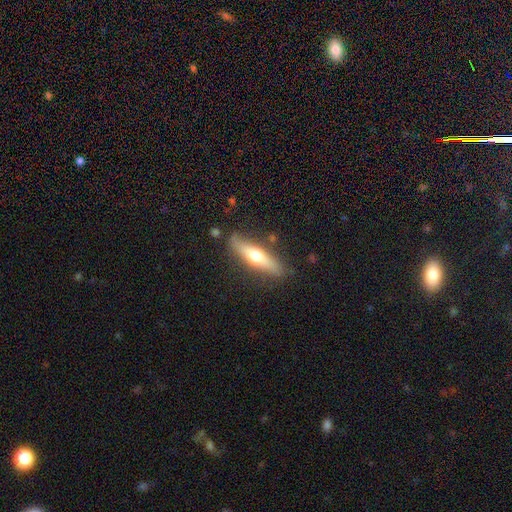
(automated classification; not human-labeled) This appears to be a featured or disk galaxy (49%). Merging: none (81%).